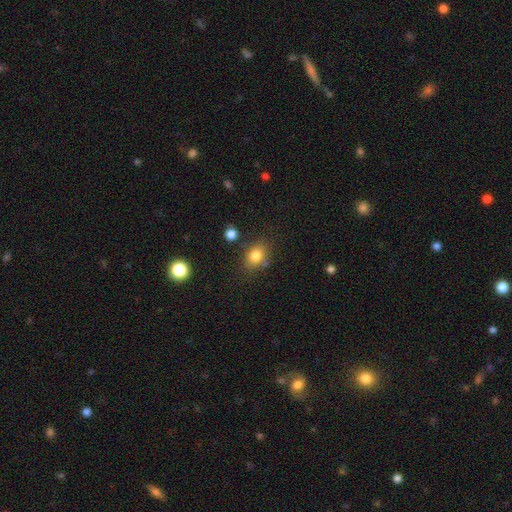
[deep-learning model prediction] This is clearly a smooth galaxy (81%). How rounded: possibly in between (57%). Merging: likely none (76%).